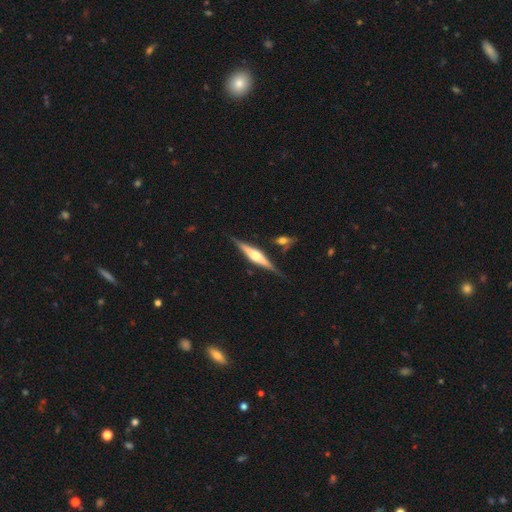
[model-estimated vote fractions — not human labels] Q: Smooth or featured?
A: featured or disk (77%); runner-up: smooth (18%)
Q: Edge-on disk?
A: yes (97%); runner-up: no (3%)
Q: Edge-on bulge?
A: rounded (84%); runner-up: boxy (12%)
Q: Merging?
A: none (81%); runner-up: minor disturbance (11%)